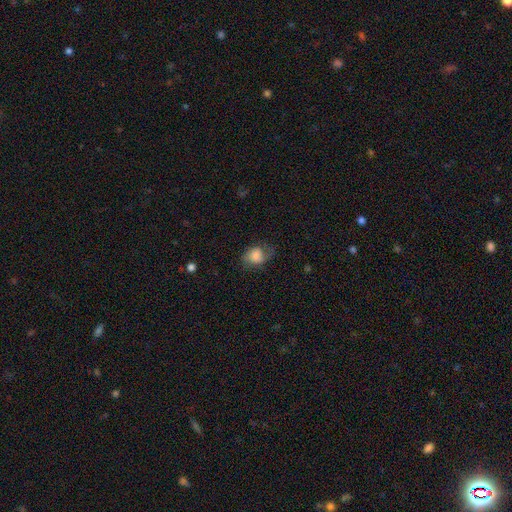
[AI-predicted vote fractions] Overall: smooth (67%). How rounded: in between (60%; round 39%). Merging: none (52%; minor disturbance 28%).